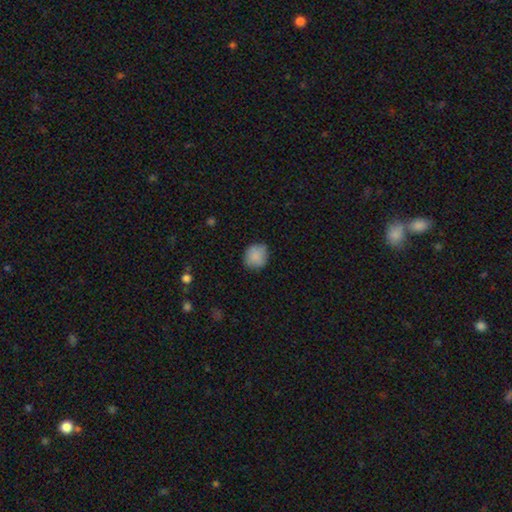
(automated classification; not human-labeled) Smooth or featured? smooth (86%)
How rounded? round (82%)
Merging? none (77%)